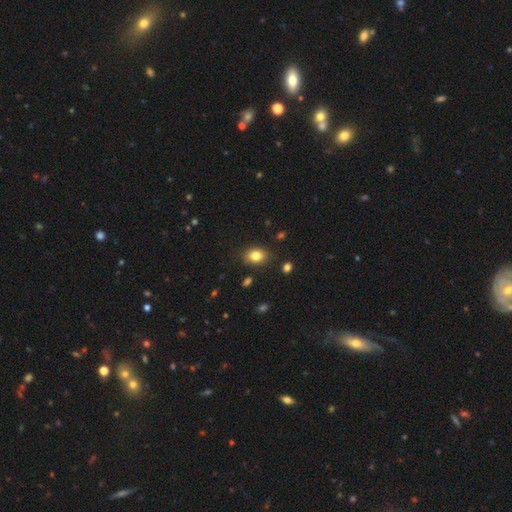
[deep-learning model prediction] Smooth or featured? Predicted: smooth (p=0.82). How rounded? Predicted: in between (p=0.65). Merging? Predicted: none (p=0.86).